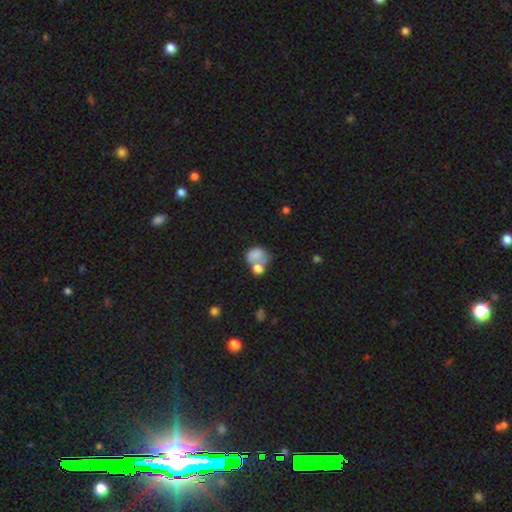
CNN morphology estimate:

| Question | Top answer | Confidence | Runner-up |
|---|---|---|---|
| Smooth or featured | smooth | 74% | featured or disk (15%) |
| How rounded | round | 50% | in between (49%) |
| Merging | merger | 42% | none (29%) |